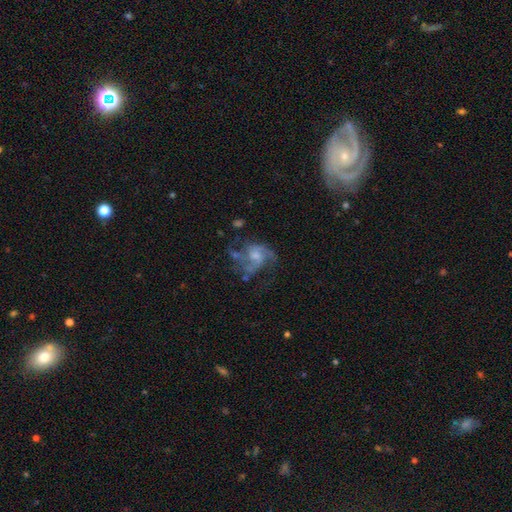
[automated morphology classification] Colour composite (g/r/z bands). It shows a featured or disk galaxy (75%) with no bar (63%), 2 (32%) medium (47%) spiral arms (83%) and a moderate central bulge (43%). Merging: none (42%).